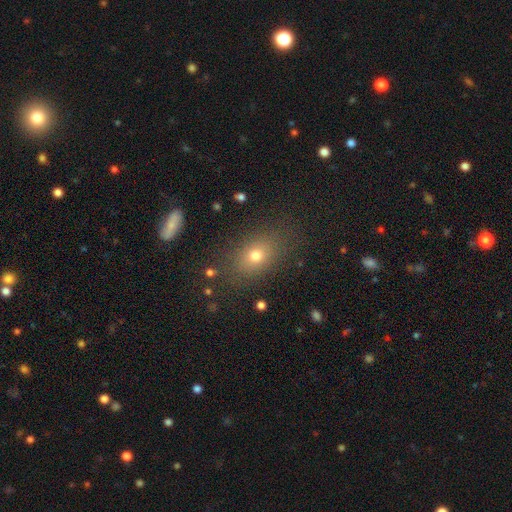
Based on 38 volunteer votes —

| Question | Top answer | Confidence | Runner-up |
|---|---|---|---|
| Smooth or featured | smooth | 84% | featured or disk (8%) |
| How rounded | in between | 75% | round (19%) |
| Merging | none | 80% | major disturbance (14%) |